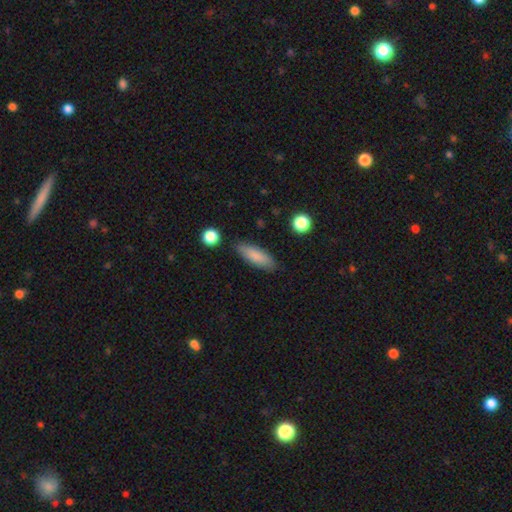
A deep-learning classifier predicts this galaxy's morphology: The model was most divided on "how rounded": in between: 54%, cigar-shaped: 44%, round: 2%. More confident: merging — none (84%); smooth or featured — smooth (84%).